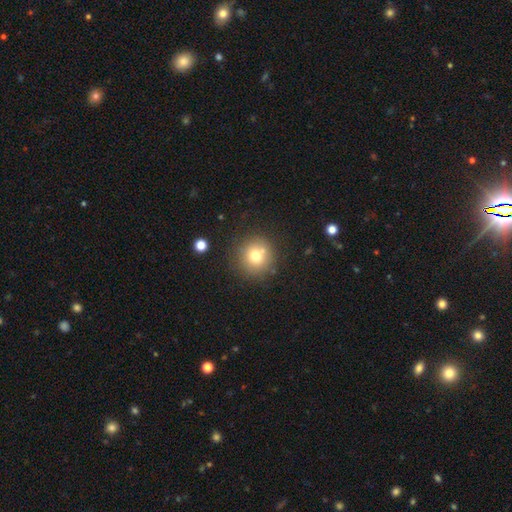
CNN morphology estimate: type=smooth (72%); roundness=round (94%); merging=none (77%).